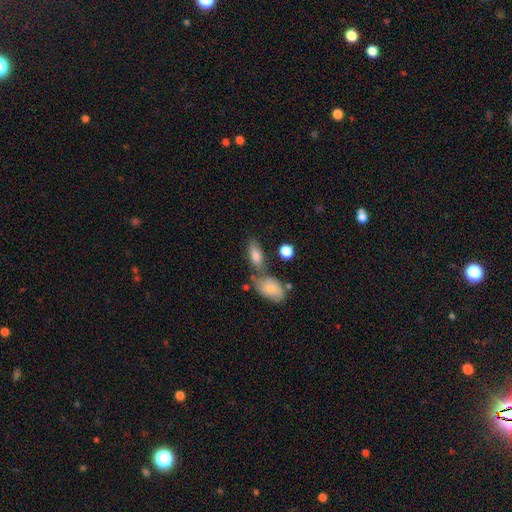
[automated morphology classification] A smooth galaxy with no disk features (81%) that is in between round and cigar-shaped (86%). Merging: none (53%).